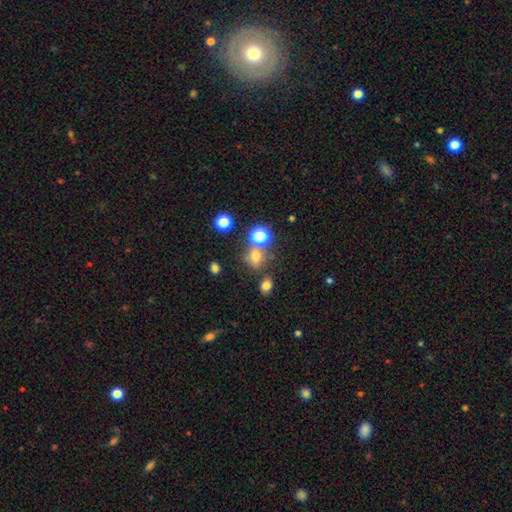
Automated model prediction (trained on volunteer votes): Morphology: type=smooth (65%); roundness=round (65%); merging=none (62%).